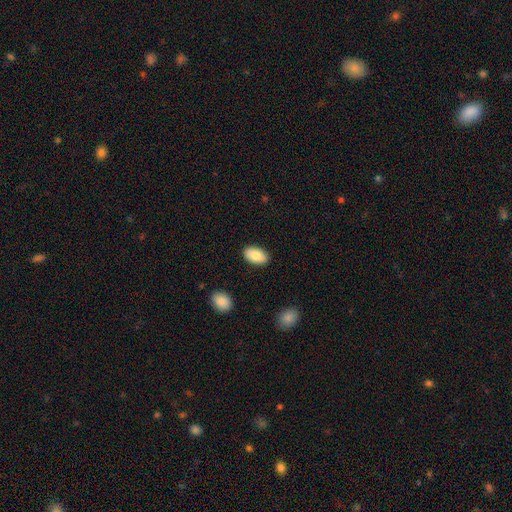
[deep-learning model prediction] A smooth galaxy with no disk features (83%) that is in between round and cigar-shaped (94%).

Vote fractions:
- Smooth or featured? smooth: 83% / featured or disk: 10% / star or artifact: 6%
- How rounded? in between: 94% / round: 4% / cigar-shaped: 2%
- Merging? none: 88% / minor disturbance: 9% / major disturbance: 2% / merger: 1%